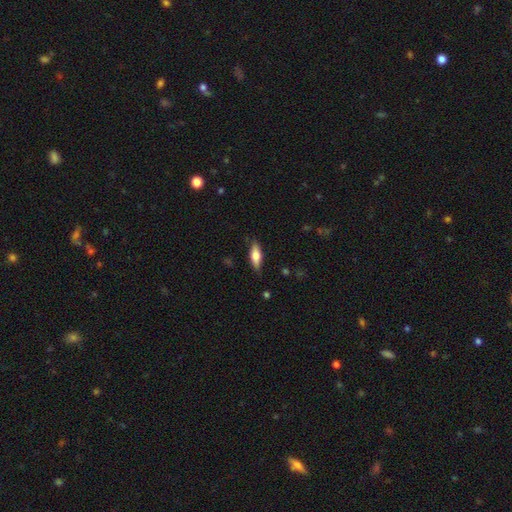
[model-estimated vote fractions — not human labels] smooth-or-featured: smooth: 60% | featured or disk: 34% | star or artifact: 6%
  how-rounded: in between: 59% | cigar-shaped: 38% | round: 3%
  merging: none: 83% | minor disturbance: 13% | major disturbance: 3% | merger: 1%